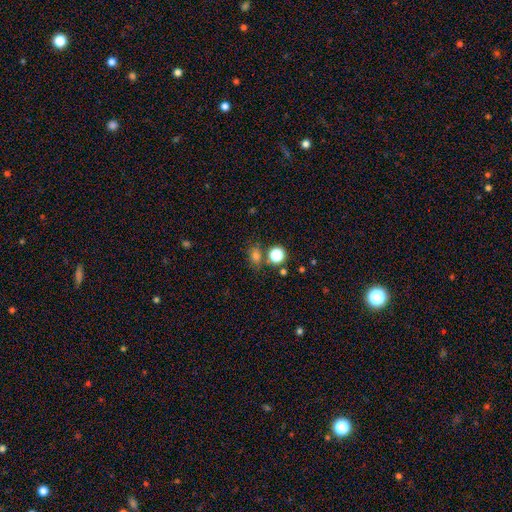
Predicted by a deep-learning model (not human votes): smooth_or_featured: smooth (p=0.71) [alt: star or artifact p=0.22]
how_rounded: in between (p=0.51) [alt: round p=0.47]
merging: none (p=0.66) [alt: minor disturbance p=0.14]